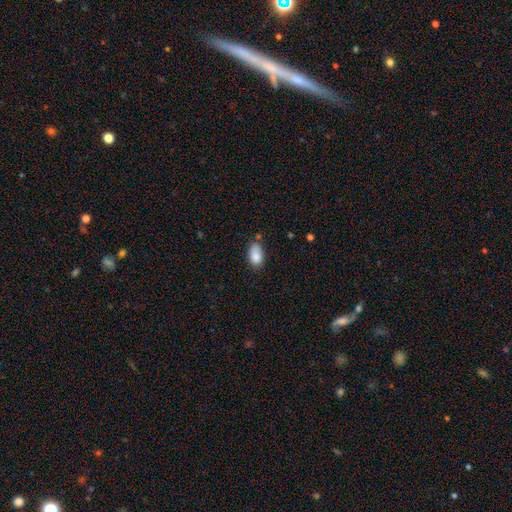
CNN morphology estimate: This appears to be a smooth galaxy with no disk features (87%) that is in between round and cigar-shaped (92%). Merging: none (64%).